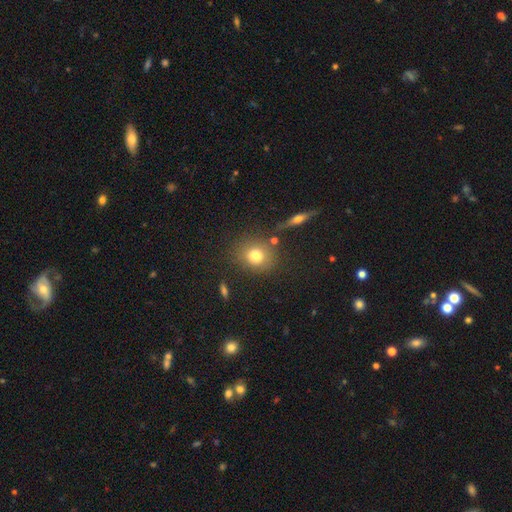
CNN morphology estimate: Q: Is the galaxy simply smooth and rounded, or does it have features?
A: smooth — 75%.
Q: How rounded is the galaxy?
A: round — 78%.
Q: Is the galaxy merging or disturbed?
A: none — 77%.